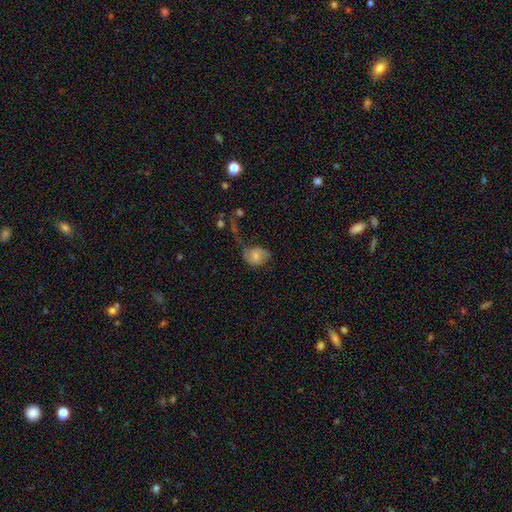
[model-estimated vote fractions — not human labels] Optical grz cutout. It shows a smooth galaxy with no disk features (47%). Merging: major disturbance (35%).